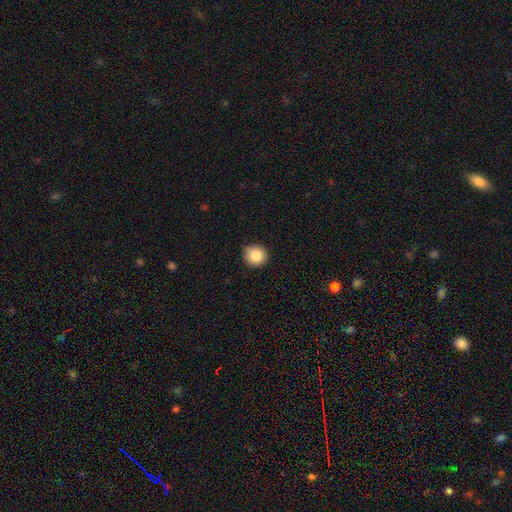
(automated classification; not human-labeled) Overall: smooth (84%). How rounded: round (91%). Merging: none (87%).